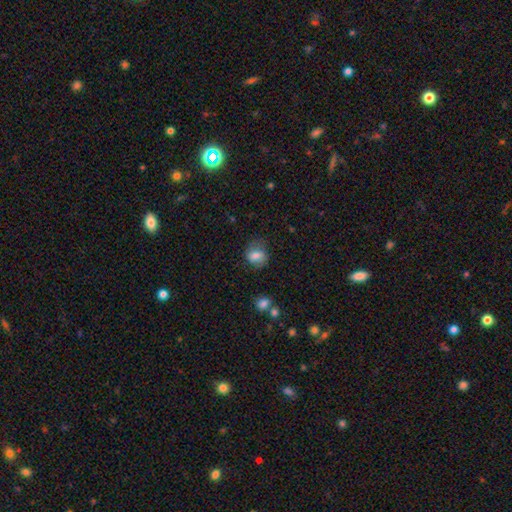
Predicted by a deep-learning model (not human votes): The model was most divided on "how rounded": round: 59%, in between: 40%, cigar-shaped: 1%. More confident: smooth or featured — smooth (70%); merging — none (68%).